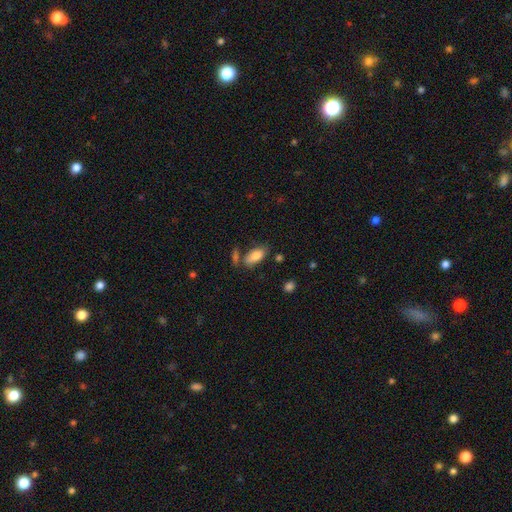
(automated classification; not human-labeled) smooth 82%, featured or disk 11%, star or artifact 7%. Down the decision tree: how rounded — in between (87%); merging — none (66%).